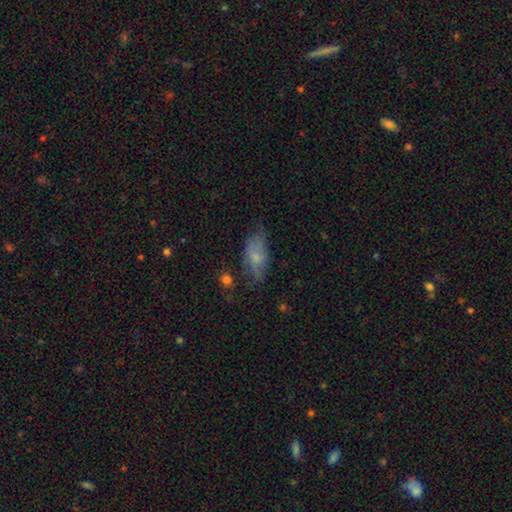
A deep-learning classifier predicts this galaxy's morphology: A smooth galaxy with no disk features (61%) that is in between round and cigar-shaped (85%).

Vote fractions:
- Smooth or featured? smooth: 61% / featured or disk: 30% / star or artifact: 9%
- How rounded? in between: 85% / cigar-shaped: 11% / round: 4%
- Merging? none: 50% / minor disturbance: 32% / major disturbance: 15% / merger: 3%